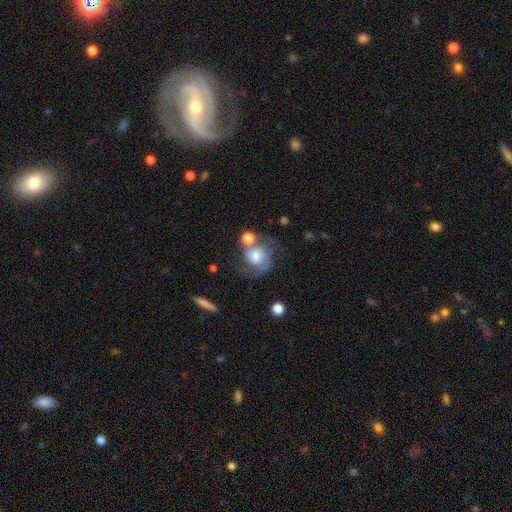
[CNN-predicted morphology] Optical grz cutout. It shows a featured or disk galaxy (69%) with no bar (52%), 2 (82%) medium (52%) spiral arms (92%) and a moderate central bulge (45%). Merging: none (48%).